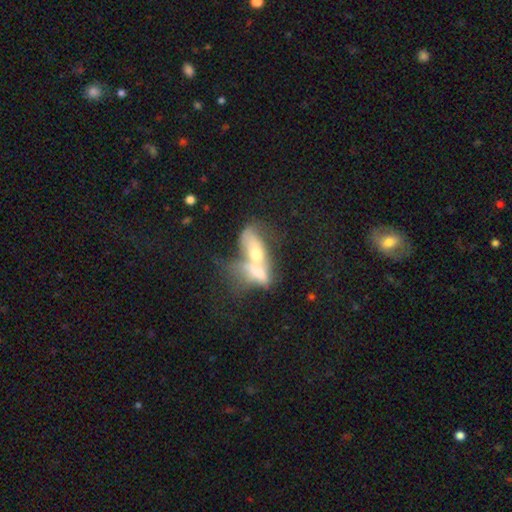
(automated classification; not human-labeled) This is possibly a smooth galaxy (48%). Merging: likely merger (77%).